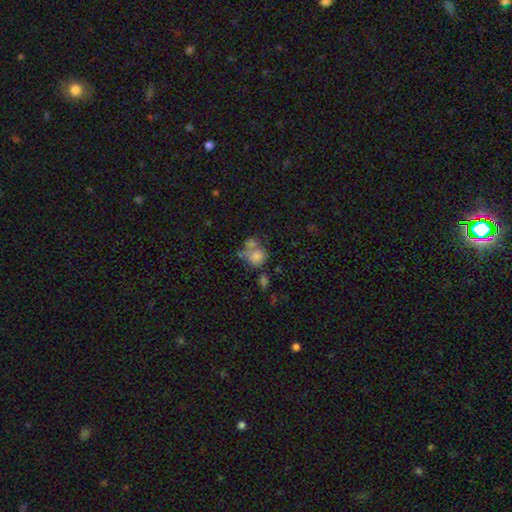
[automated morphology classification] This appears to be a smooth galaxy with no disk features (71%) that is round (72%). Merging: merger (41%).